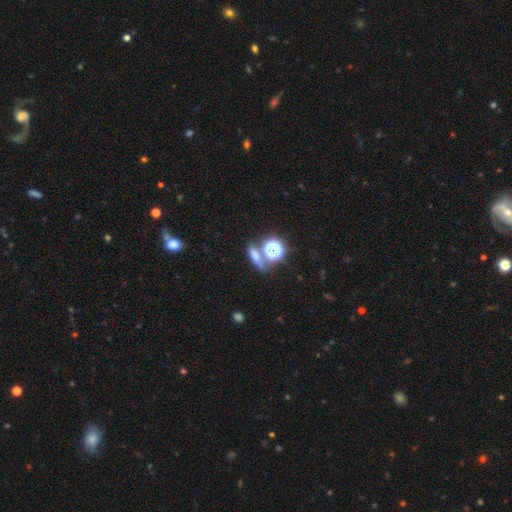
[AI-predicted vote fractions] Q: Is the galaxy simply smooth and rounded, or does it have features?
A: smooth — 55%.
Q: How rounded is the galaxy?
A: in between — 42%.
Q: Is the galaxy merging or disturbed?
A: none — 62%.